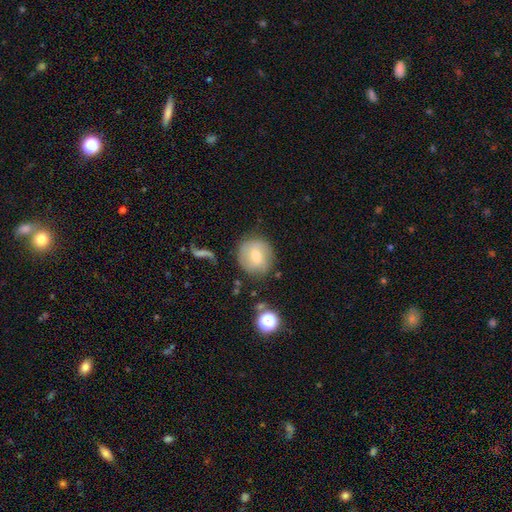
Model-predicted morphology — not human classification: Smooth or featured? smooth (55%)
How rounded? round (91%)
Merging? none (79%)